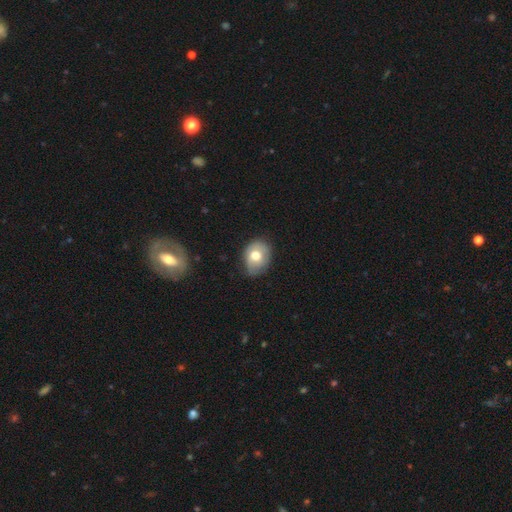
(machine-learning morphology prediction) smooth_or_featured: smooth (p=0.67) [alt: featured or disk p=0.25]
how_rounded: in between (p=0.60) [alt: round p=0.39]
merging: none (p=0.66) [alt: minor disturbance p=0.27]